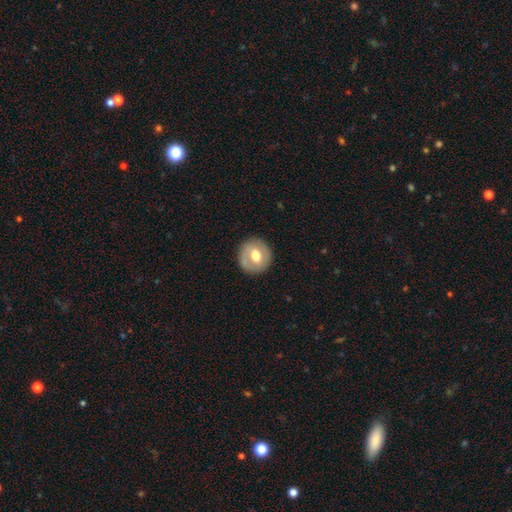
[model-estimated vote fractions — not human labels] Smooth or featured: smooth — 55% (featured or disk — 39%)
How rounded: round — 90% (in between — 9%)
Merging: none — 86% (minor disturbance — 9%)